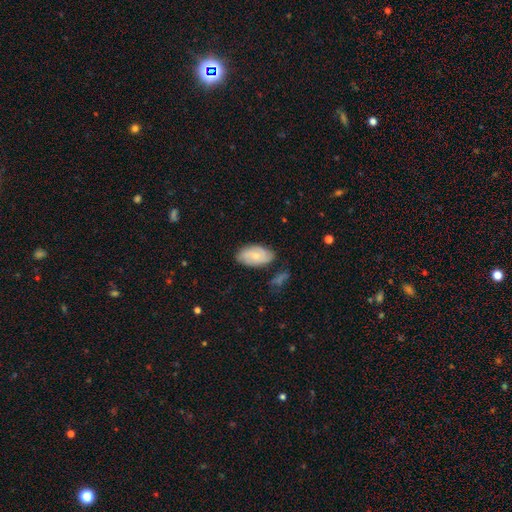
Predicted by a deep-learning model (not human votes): smooth_or_featured: smooth (p=0.50) [alt: featured or disk p=0.43]
how_rounded: in between (p=0.93) [alt: round p=0.05]
merging: none (p=0.73) [alt: minor disturbance p=0.20]